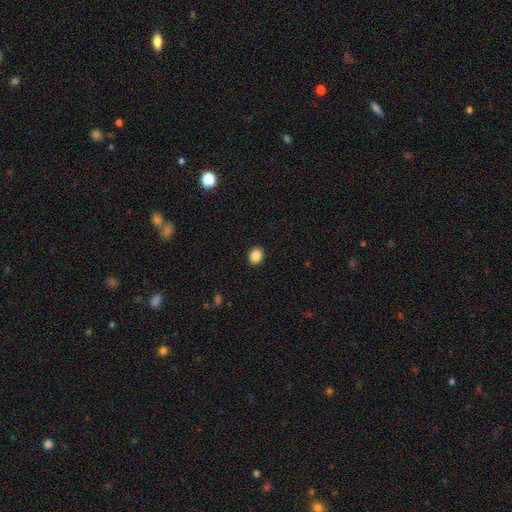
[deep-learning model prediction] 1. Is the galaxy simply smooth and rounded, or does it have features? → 87% smooth, 9% star or artifact, 4% featured or disk.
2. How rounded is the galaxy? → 51% round, 48% in between, 1% cigar-shaped.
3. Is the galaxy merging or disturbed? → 91% none, 6% minor disturbance, 2% major disturbance, 1% merger.